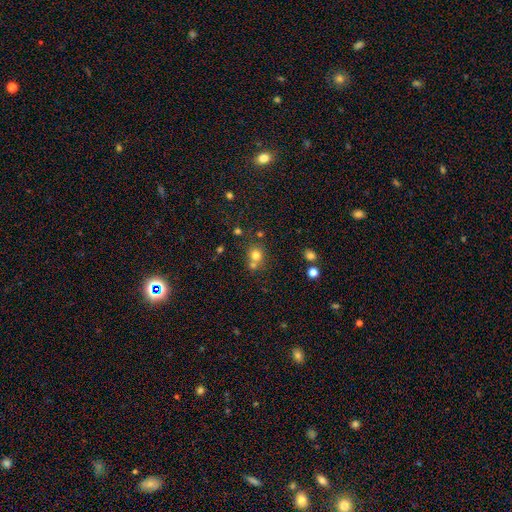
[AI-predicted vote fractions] Smooth or featured: smooth — 75% (star or artifact — 16%)
How rounded: round — 80% (in between — 19%)
Merging: none — 54% (merger — 34%)